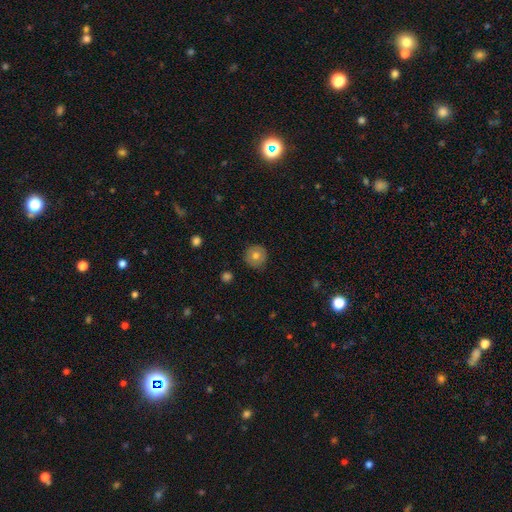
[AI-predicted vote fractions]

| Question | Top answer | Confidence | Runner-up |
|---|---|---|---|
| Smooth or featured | smooth | 74% | featured or disk (18%) |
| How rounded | round | 95% | in between (4%) |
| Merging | none | 88% | minor disturbance (9%) |